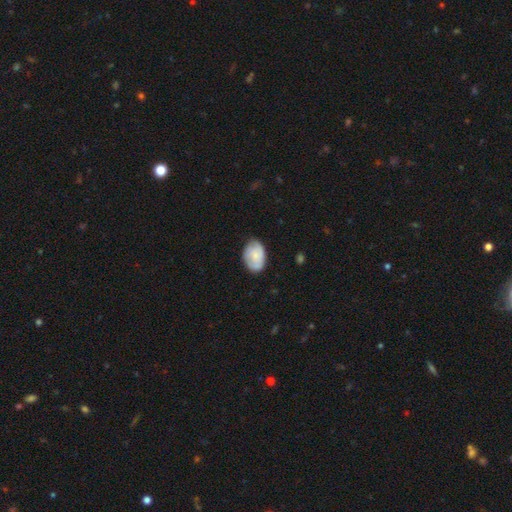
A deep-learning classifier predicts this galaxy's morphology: smooth-or-featured: smooth: 61% | featured or disk: 32% | star or artifact: 7%
  how-rounded: in between: 84% | round: 15% | cigar-shaped: 1%
  merging: none: 69% | minor disturbance: 25% | major disturbance: 5% | merger: 1%